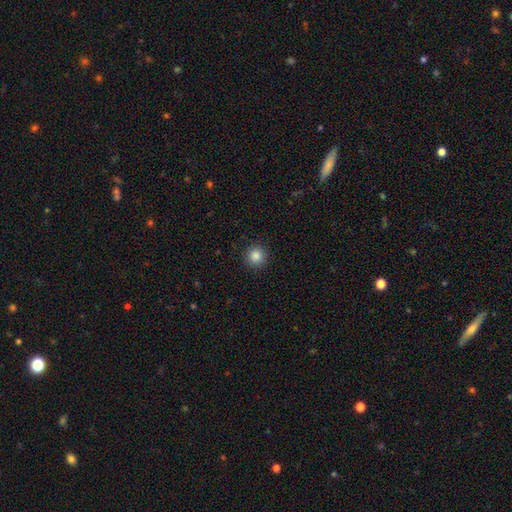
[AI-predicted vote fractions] smooth 86%, star or artifact 11%, featured or disk 4%. Down the decision tree: how rounded — round (94%); merging — none (92%).